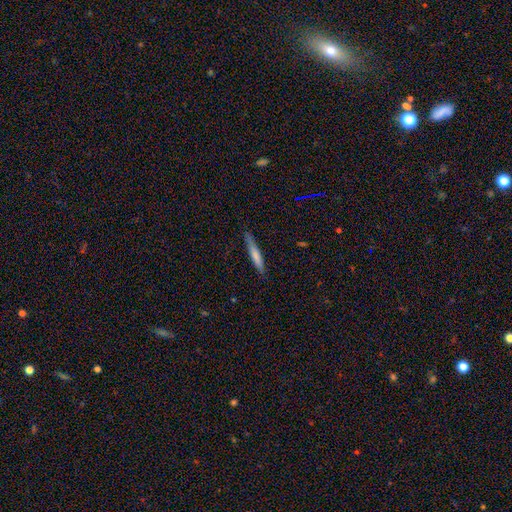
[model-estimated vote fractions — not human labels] This is likely a smooth galaxy (69%). How rounded: clearly cigar-shaped (93%). Merging: clearly none (83%).